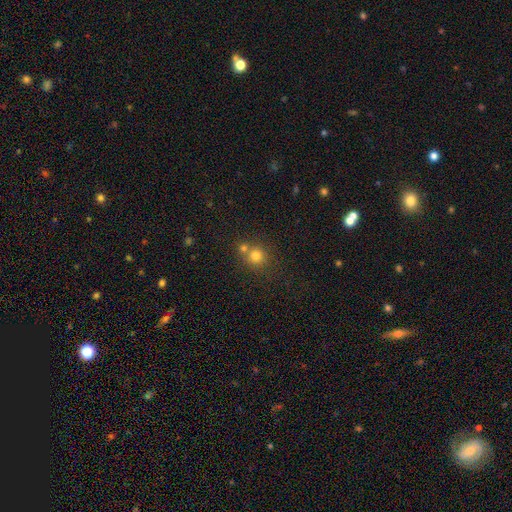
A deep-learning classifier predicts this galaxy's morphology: This appears to be a smooth galaxy with no disk features (77%) that is round (90%). Merging: none (57%).